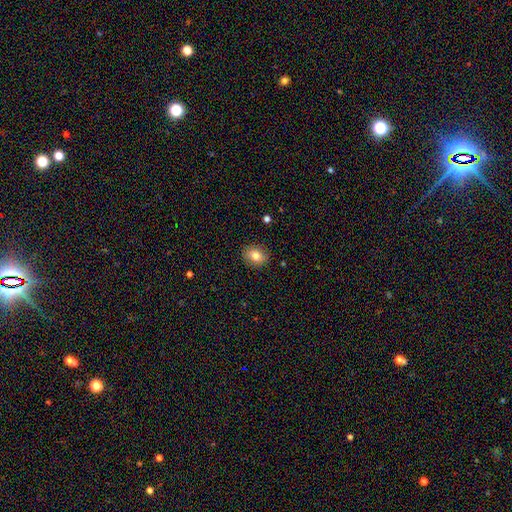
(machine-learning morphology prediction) type=smooth (80%); roundness=round (53%); merging=none (89%).